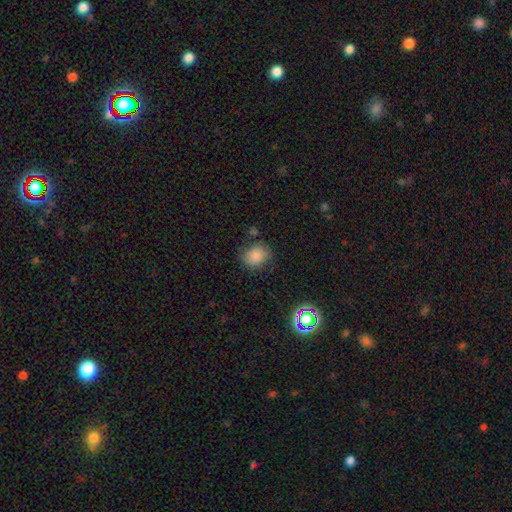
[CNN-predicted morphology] This is clearly a smooth galaxy (83%). How rounded: possibly round (59%). Merging: likely none (76%).